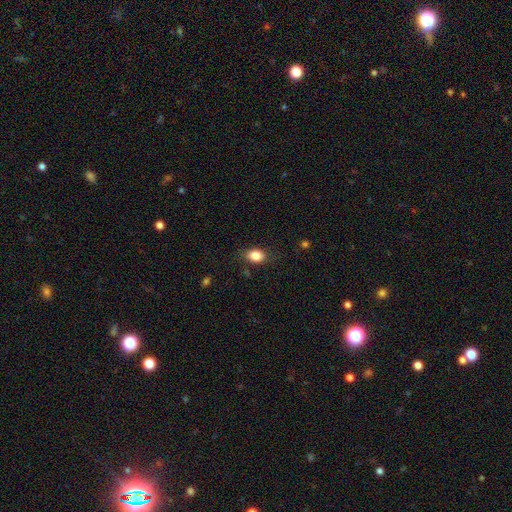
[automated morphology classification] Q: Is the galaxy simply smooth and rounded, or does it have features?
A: smooth — 85%.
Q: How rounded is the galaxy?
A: in between — 73%.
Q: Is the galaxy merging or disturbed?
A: none — 80%.